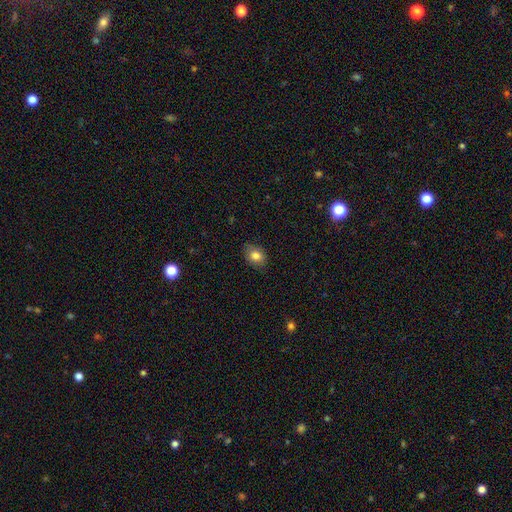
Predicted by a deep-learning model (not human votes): The model was most divided on "how rounded": in between: 66%, round: 33%, cigar-shaped: 1%. More confident: merging — none (82%); smooth or featured — smooth (82%).